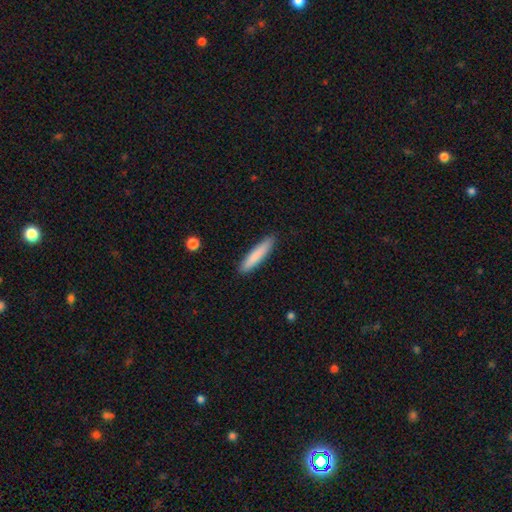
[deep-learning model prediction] The model was most divided on "smooth or featured": smooth: 82%, featured or disk: 13%, star or artifact: 5%. More confident: how rounded — cigar-shaped (90%); merging — none (89%).